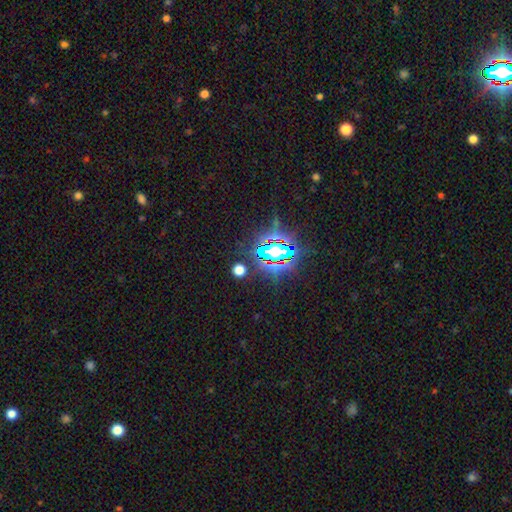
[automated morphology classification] smooth_or_featured: star or artifact (p=0.79) [alt: smooth p=0.13]